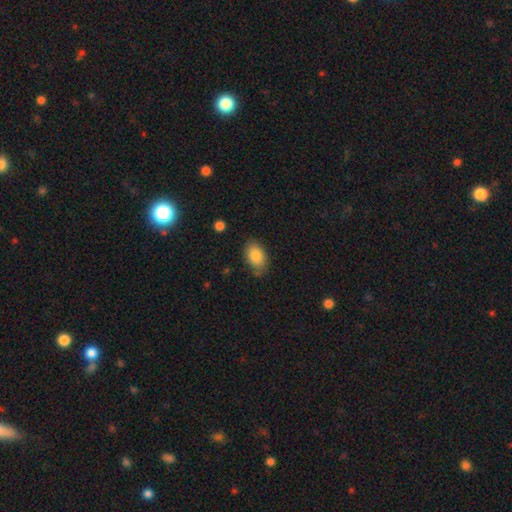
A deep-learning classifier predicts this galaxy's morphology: Smooth or featured? smooth (84%)
How rounded? in between (89%)
Merging? none (75%)